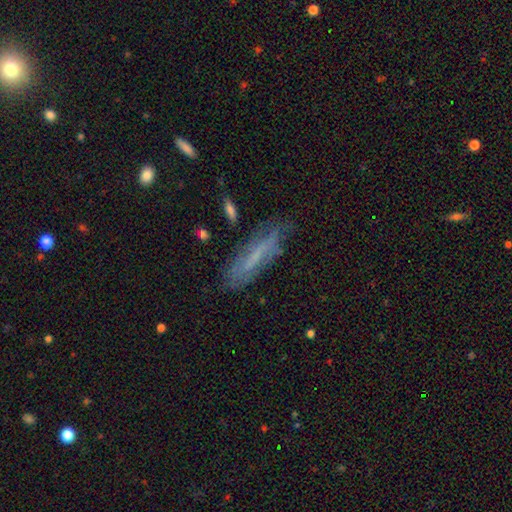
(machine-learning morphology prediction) featured or disk 45% (tied), smooth 45% (tied), star or artifact 11%. Down the decision tree: merging — none (72%).